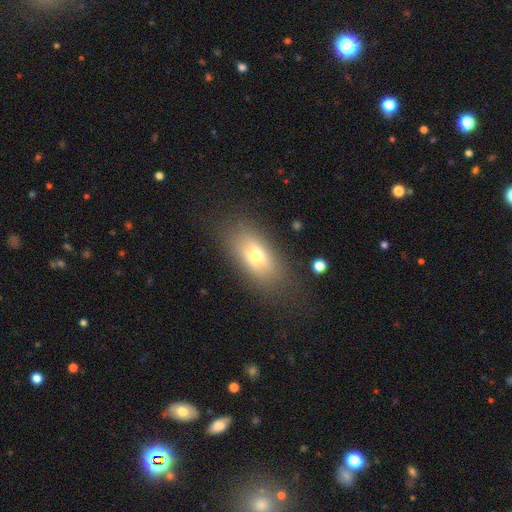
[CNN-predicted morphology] The model was most divided on "smooth or featured": smooth: 65%, featured or disk: 24%, star or artifact: 11%. More confident: how rounded — in between (82%); merging — none (76%).